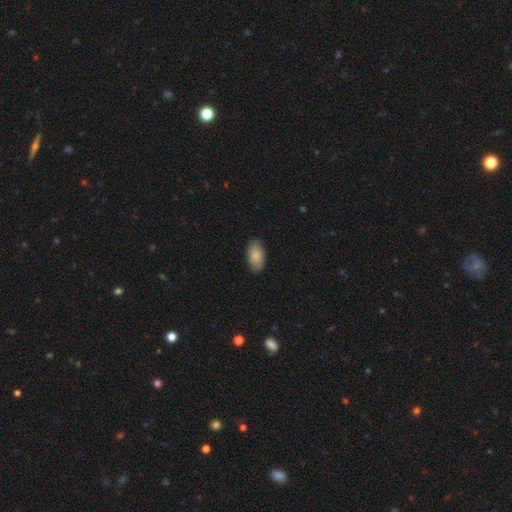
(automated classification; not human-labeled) Smooth or featured? smooth (86%)
How rounded? in between (94%)
Merging? none (86%)